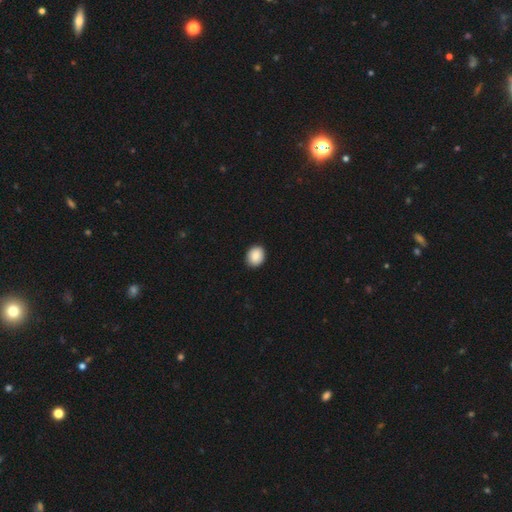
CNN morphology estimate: A smooth galaxy with no disk features (88%) that is round (58%).

Vote fractions:
- Smooth or featured? smooth: 88% / star or artifact: 8% / featured or disk: 4%
- How rounded? round: 58% / in between: 41% / cigar-shaped: 1%
- Merging? none: 90% / minor disturbance: 7% / major disturbance: 2% / merger: 1%